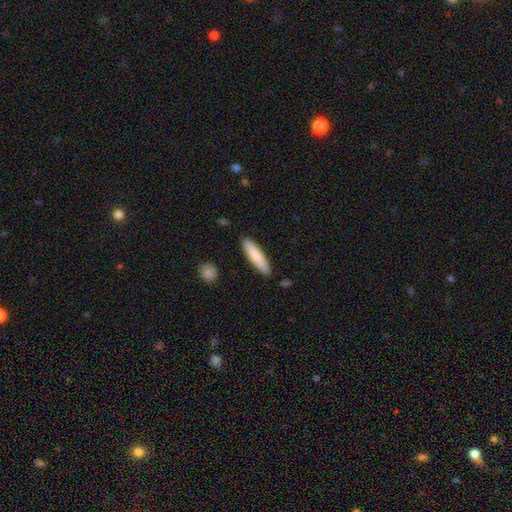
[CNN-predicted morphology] type=smooth (82%); roundness=cigar-shaped (78%); merging=none (88%).